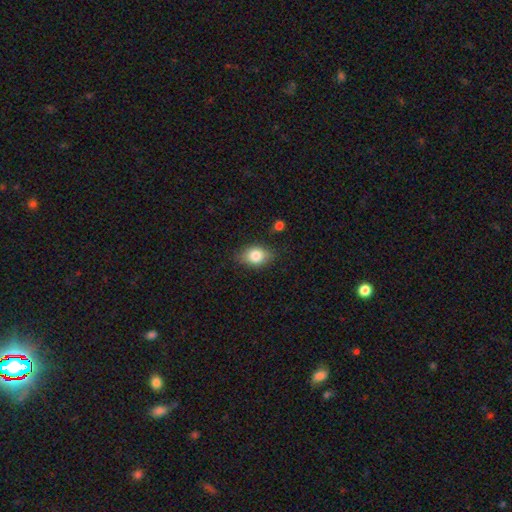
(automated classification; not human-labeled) This appears to be a smooth galaxy with no disk features (80%) that is in between round and cigar-shaped (75%). Merging: none (79%).